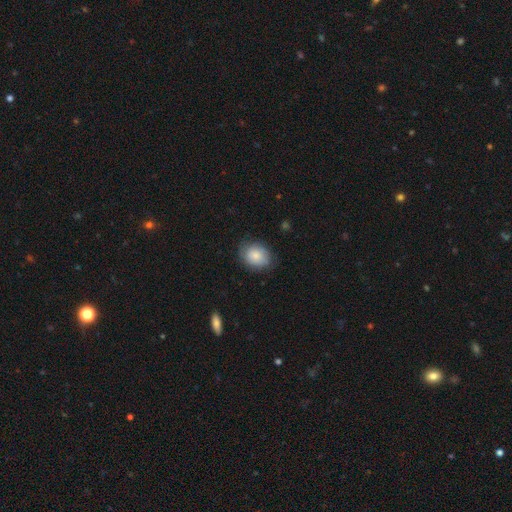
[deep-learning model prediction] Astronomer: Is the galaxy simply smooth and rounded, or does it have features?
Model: smooth — 80%.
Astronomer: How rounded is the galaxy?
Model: in between — 52% (runner-up: round, 47%).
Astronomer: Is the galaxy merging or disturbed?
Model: none — 74%.